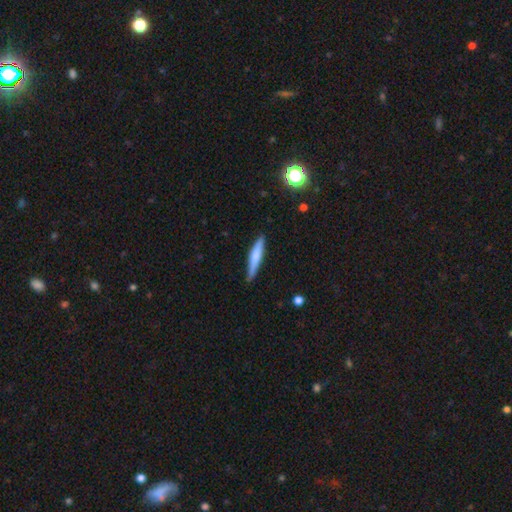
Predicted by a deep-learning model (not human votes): Overall: smooth (61%; featured or disk 33%). How rounded: cigar-shaped (89%). Merging: none (82%).